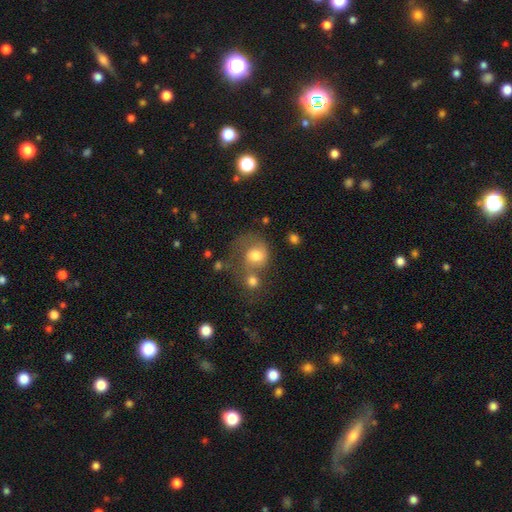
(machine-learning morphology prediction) Q: Smooth or featured?
A: smooth (64%); runner-up: featured or disk (25%)
Q: How rounded?
A: round (71%); runner-up: in between (28%)
Q: Merging?
A: merger (37%); runner-up: none (30%)